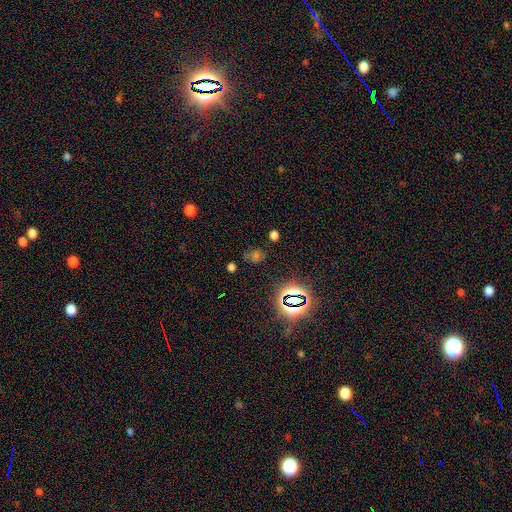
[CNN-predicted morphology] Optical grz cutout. It shows a star or artifact, not a galaxy (60%).